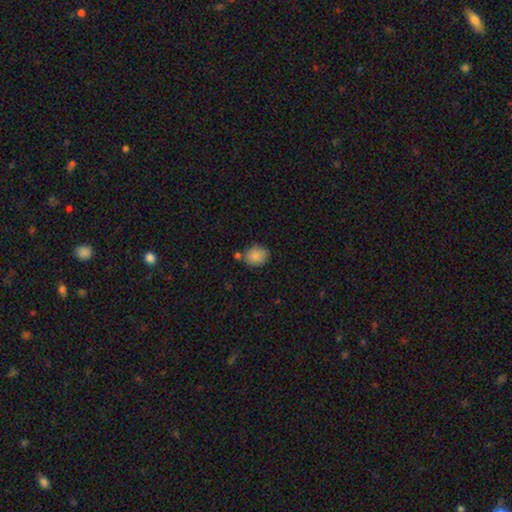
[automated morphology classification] Overall: smooth (87%). How rounded: round (62%; in between 37%). Merging: none (72%).